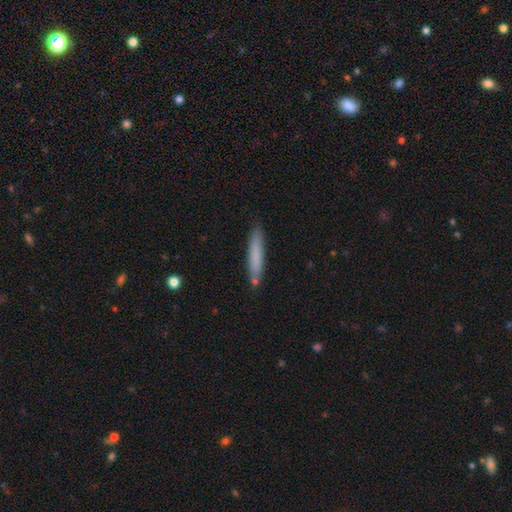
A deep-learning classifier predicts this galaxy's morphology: A smooth galaxy with no disk features (75%) that is cigar-shaped (92%). Merging: none (82%).